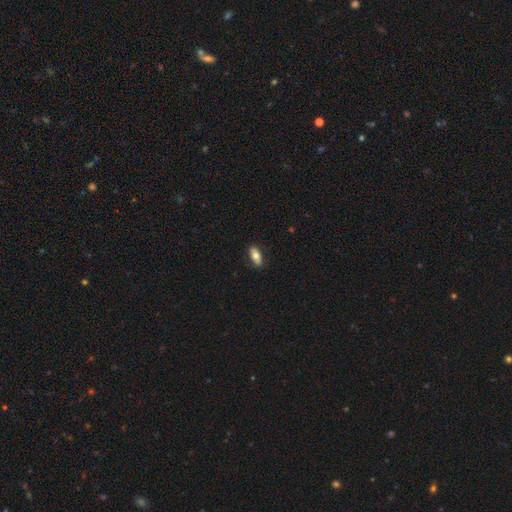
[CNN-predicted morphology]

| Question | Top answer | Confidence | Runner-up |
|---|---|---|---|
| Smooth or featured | smooth | 70% | featured or disk (24%) |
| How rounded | in between | 85% | cigar-shaped (12%) |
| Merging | none | 84% | minor disturbance (13%) |